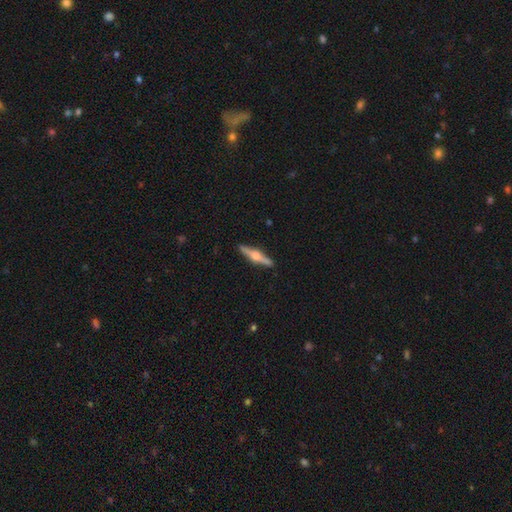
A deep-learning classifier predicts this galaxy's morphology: type=featured or disk (74%); edge-on=yes (98%); edge-on bulge=rounded (91%); merging=none (90%).